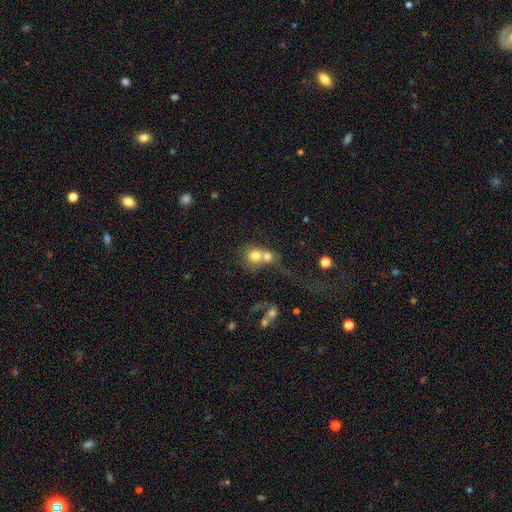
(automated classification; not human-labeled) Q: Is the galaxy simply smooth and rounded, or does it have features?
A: smooth — 73%.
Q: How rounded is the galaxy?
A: round — 80%.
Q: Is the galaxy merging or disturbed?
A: merger — 65%.